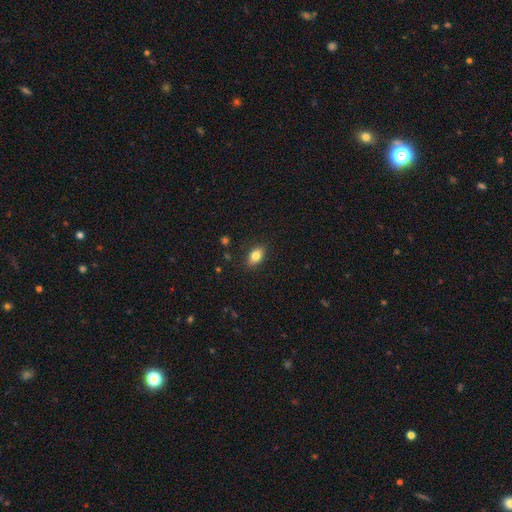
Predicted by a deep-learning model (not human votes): smooth-or-featured: smooth: 80% | featured or disk: 11% | star or artifact: 8%
  how-rounded: in between: 87% | round: 10% | cigar-shaped: 3%
  merging: none: 87% | minor disturbance: 10% | major disturbance: 2% | merger: 1%